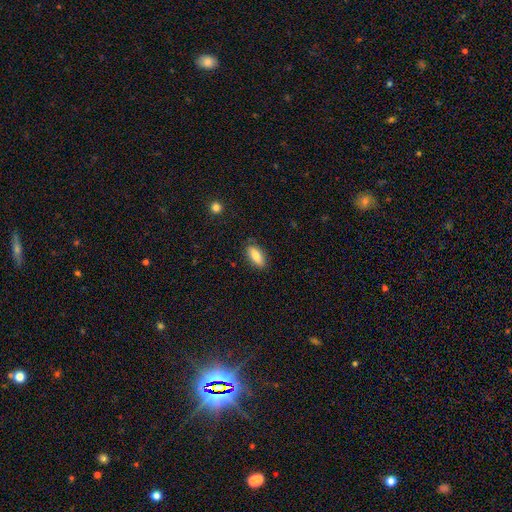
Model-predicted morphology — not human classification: A smooth galaxy with no disk features (79%) that is in between round and cigar-shaped (78%). Merging: none (84%).